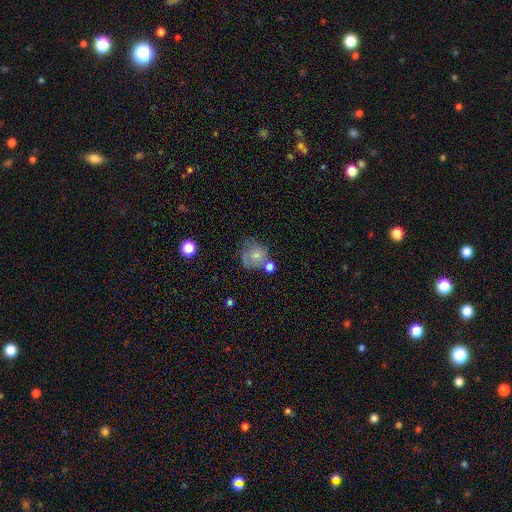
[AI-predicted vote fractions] smooth_or_featured: smooth (p=0.70) [alt: featured or disk p=0.21]
how_rounded: round (p=0.73) [alt: in between p=0.26]
merging: none (p=0.42) [alt: minor disturbance p=0.26]